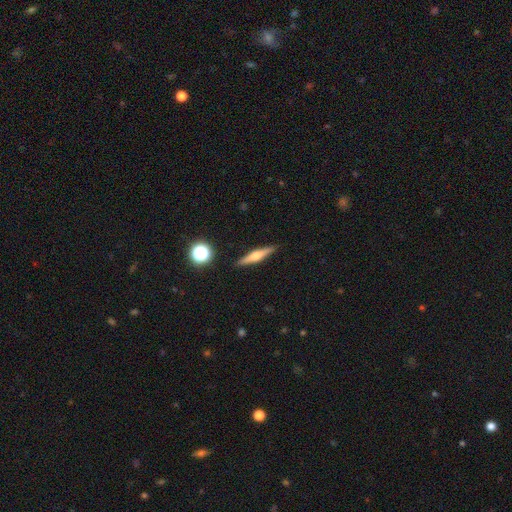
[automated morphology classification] Smooth or featured? Predicted: featured or disk (p=0.60). Edge-on disk? Predicted: yes (p=0.97). Edge-on bulge? Predicted: rounded (p=0.83). Merging? Predicted: none (p=0.90).